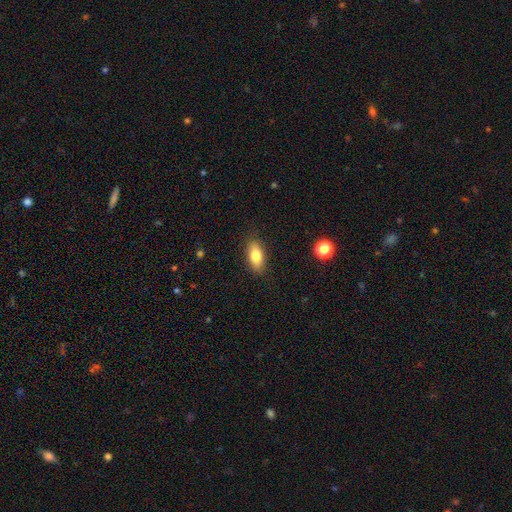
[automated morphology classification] The model was most divided on "smooth or featured": smooth: 80%, featured or disk: 13%, star or artifact: 8%. More confident: merging — none (87%); how rounded — in between (84%).